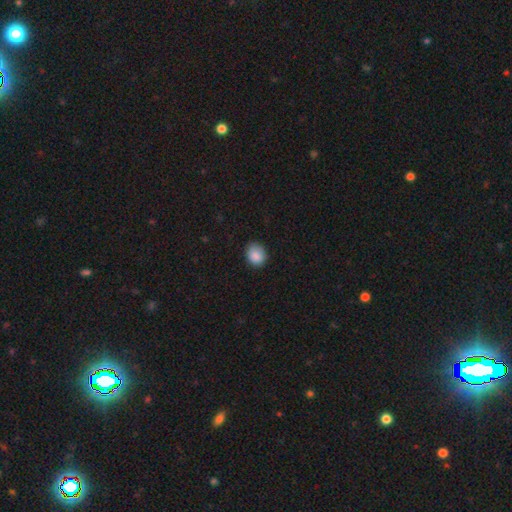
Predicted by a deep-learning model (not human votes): Overall: smooth (87%). How rounded: round (51%; in between 48%). Merging: none (80%).